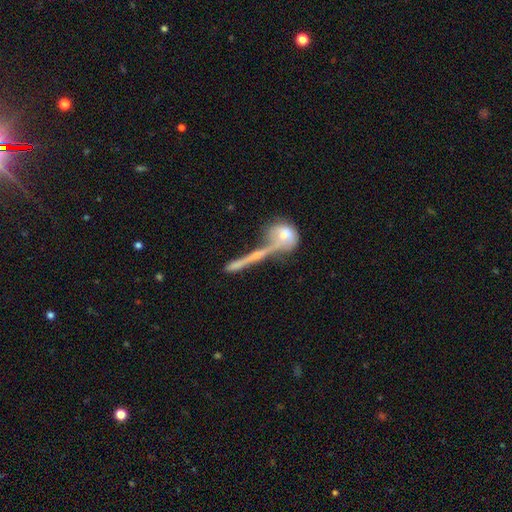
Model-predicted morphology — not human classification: Smooth or featured?
  - featured or disk: 49% *
  - smooth: 40%
  - star or artifact: 11%
Merging?
  - merger: 47% *
  - none: 32%
  - major disturbance: 11%
  - minor disturbance: 10%